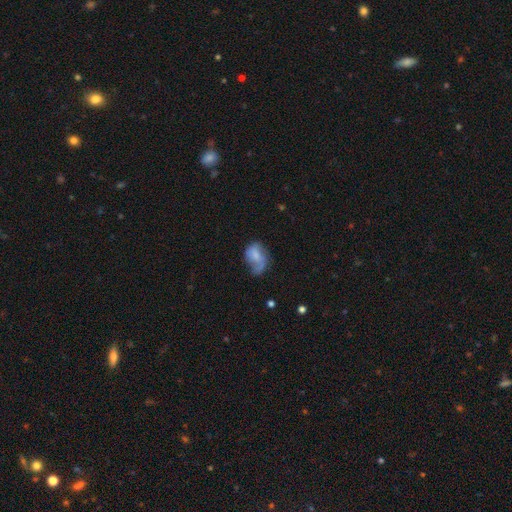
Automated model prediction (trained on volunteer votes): Smooth or featured? Predicted: smooth (p=0.60). How rounded? Predicted: in between (p=0.79). Merging? Predicted: minor disturbance (p=0.34).